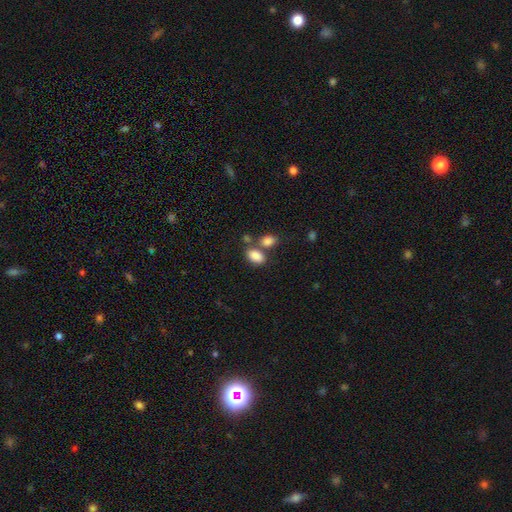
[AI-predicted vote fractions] Smooth or featured? smooth (85%)
How rounded? in between (86%)
Merging? none (48%)